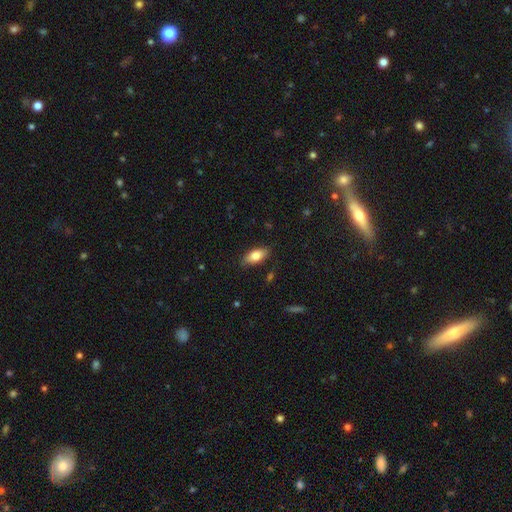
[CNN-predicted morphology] smooth 79%, featured or disk 15%, star or artifact 7%. Down the decision tree: how rounded — in between (87%); merging — none (84%).